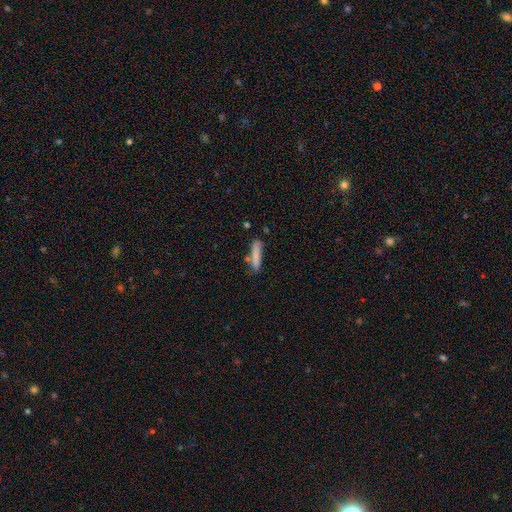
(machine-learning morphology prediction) Smooth or featured?
  - smooth: 80% *
  - featured or disk: 14%
  - star or artifact: 6%
How rounded?
  - cigar-shaped: 84% *
  - in between: 15%
  - round: 2%
Merging?
  - none: 71% *
  - minor disturbance: 18%
  - merger: 8%
  - major disturbance: 4%